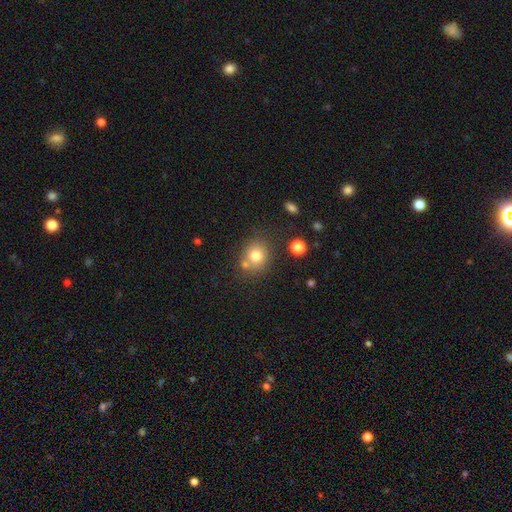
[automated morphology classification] Smooth or featured?
  - smooth: 76% *
  - star or artifact: 12%
  - featured or disk: 12%
How rounded?
  - round: 73% *
  - in between: 26%
  - cigar-shaped: 1%
Merging?
  - none: 64% *
  - merger: 18%
  - minor disturbance: 13%
  - major disturbance: 5%